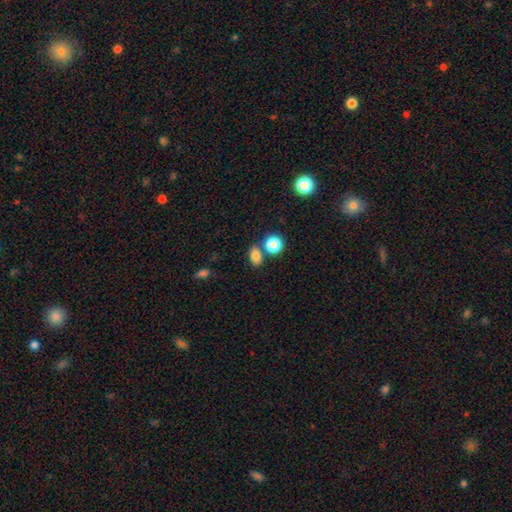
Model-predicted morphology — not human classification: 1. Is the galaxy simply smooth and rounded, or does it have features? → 81% smooth, 13% star or artifact, 7% featured or disk.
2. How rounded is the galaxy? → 68% in between, 29% round, 2% cigar-shaped.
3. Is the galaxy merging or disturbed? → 66% none, 20% merger, 11% minor disturbance, 3% major disturbance.